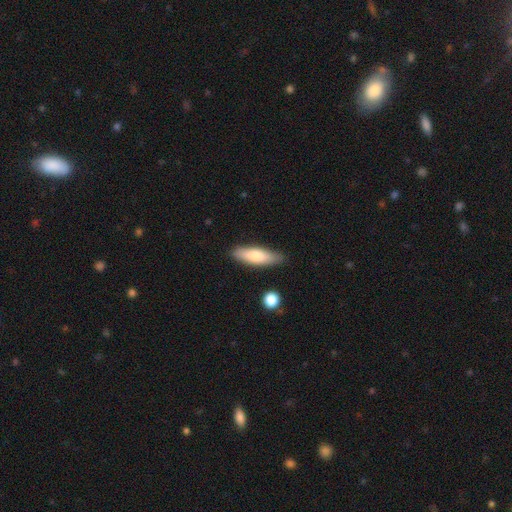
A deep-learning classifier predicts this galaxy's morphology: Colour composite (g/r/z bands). It shows a smooth galaxy with no disk features (76%) that is cigar-shaped (53%). Merging: none (84%).